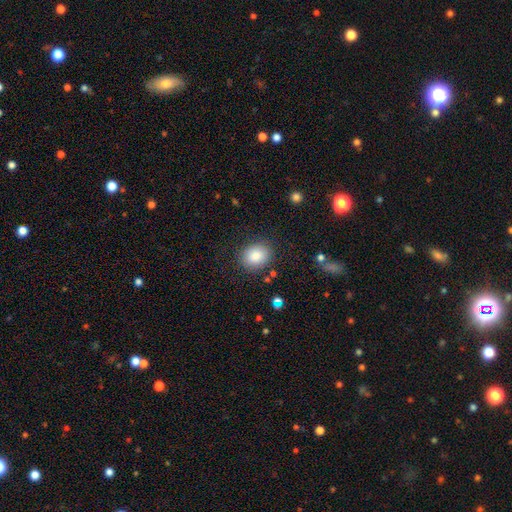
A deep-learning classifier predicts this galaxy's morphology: A smooth galaxy with no disk features (86%) that is round (56%). Merging: none (84%).